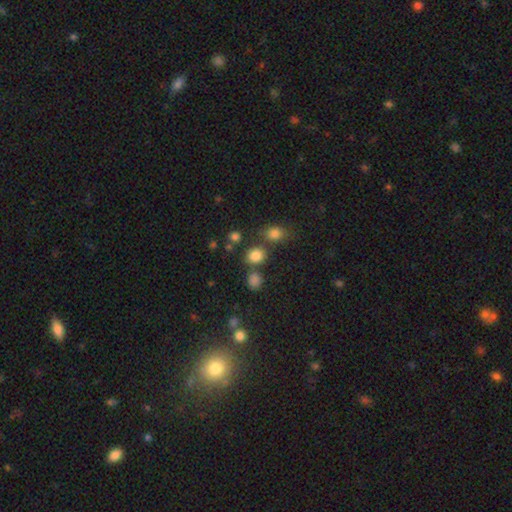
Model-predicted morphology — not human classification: smooth-or-featured: smooth: 80% | star or artifact: 15% | featured or disk: 6%
  how-rounded: round: 70% | in between: 29% | cigar-shaped: 1%
  merging: none: 71% | merger: 15% | minor disturbance: 10% | major disturbance: 4%